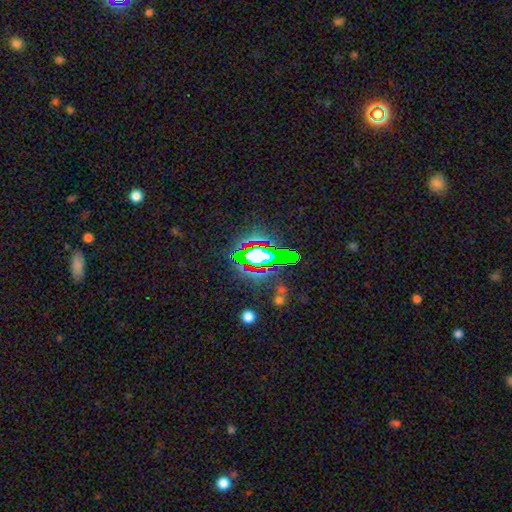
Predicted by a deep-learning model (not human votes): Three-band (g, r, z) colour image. It shows a star or artifact, not a galaxy (63%).